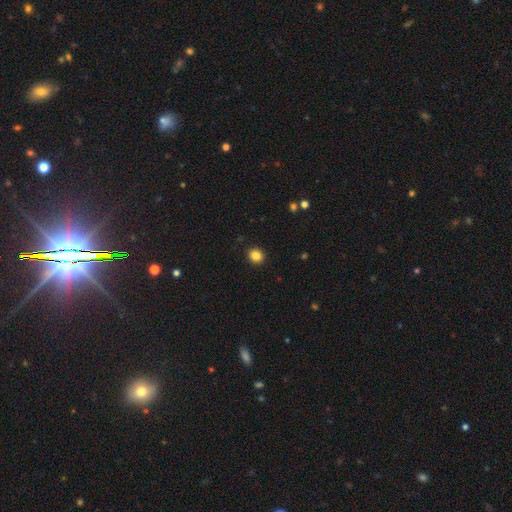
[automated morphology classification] Smooth or featured? smooth (85%)
How rounded? round (84%)
Merging? none (92%)